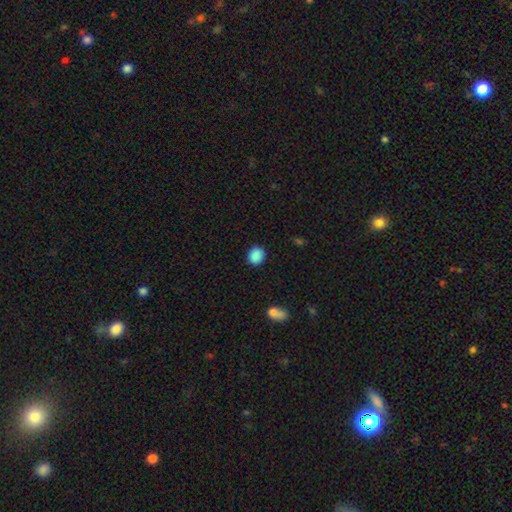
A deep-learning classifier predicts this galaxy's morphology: Q: Smooth or featured?
A: smooth (89%); runner-up: star or artifact (9%)
Q: How rounded?
A: round (71%); runner-up: in between (29%)
Q: Merging?
A: none (87%); runner-up: minor disturbance (9%)